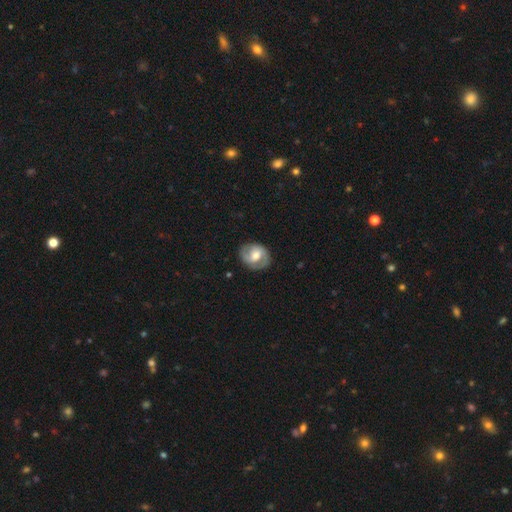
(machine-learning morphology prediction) Smooth or featured? featured or disk (64%)
Edge-on disk? no (96%)
Bar? no (43%, tied with weak)
Spiral arms? yes (82%)
Spiral winding? medium (44%)
Spiral arm count? 2 (82%)
Bulge size? moderate (62%)
Merging? none (80%)